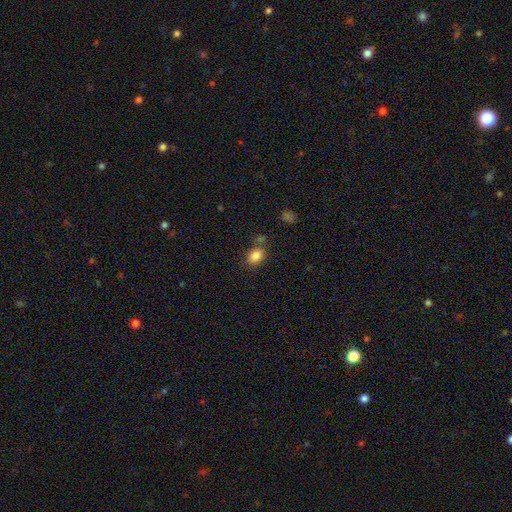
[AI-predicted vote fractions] The model was most divided on "how rounded": in between: 69%, round: 30%, cigar-shaped: 1%. More confident: smooth or featured — smooth (85%); merging — none (67%).